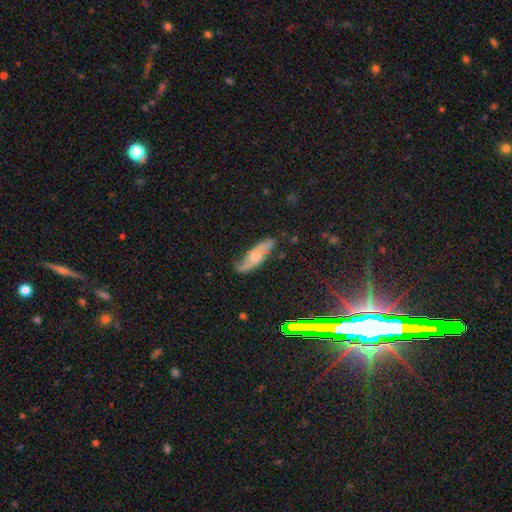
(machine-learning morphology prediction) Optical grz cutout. It shows a featured or disk galaxy (53%). Merging: none (70%).